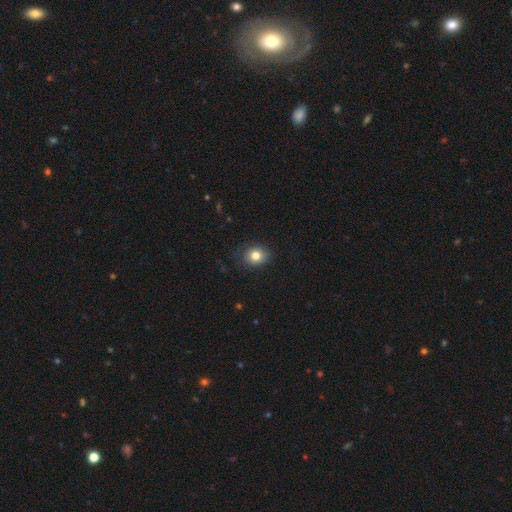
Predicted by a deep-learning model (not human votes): smooth 80%, star or artifact 10%, featured or disk 10%. Down the decision tree: how rounded — round (59%); merging — none (80%).